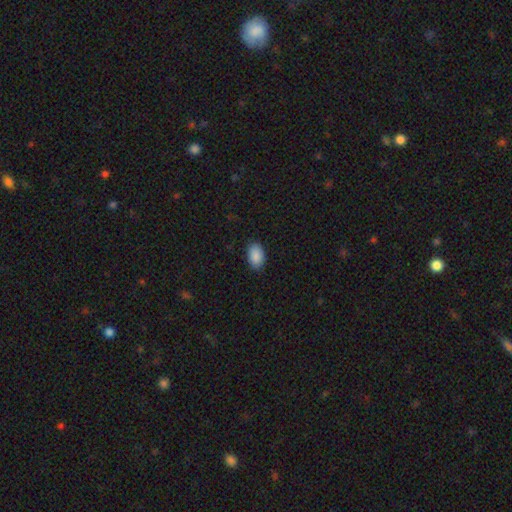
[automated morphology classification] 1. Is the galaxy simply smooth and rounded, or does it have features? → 90% smooth, 7% star or artifact, 3% featured or disk.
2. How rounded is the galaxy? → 91% in between, 8% round, 1% cigar-shaped.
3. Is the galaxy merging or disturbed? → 88% none, 9% minor disturbance, 2% major disturbance, 1% merger.